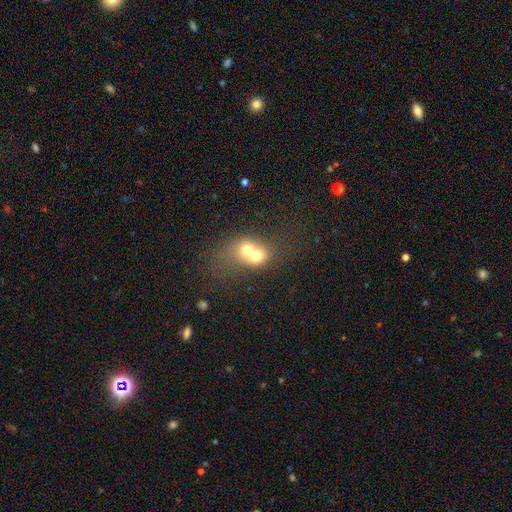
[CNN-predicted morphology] Smooth or featured? smooth (62%)
How rounded? round (60%)
Merging? merger (77%)